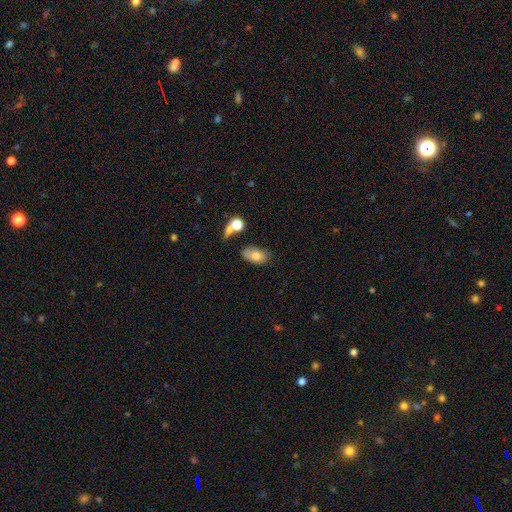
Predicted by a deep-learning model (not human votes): A smooth galaxy with no disk features (76%) that is in between round and cigar-shaped (90%). Merging: none (58%).